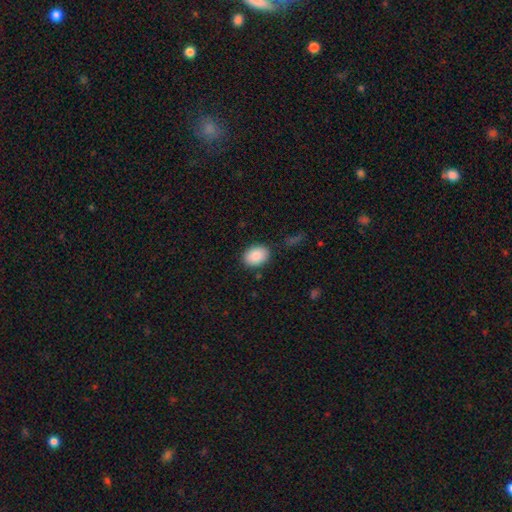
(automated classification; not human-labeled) This appears to be a smooth galaxy with no disk features (87%) that is in between round and cigar-shaped (72%). Merging: none (86%).